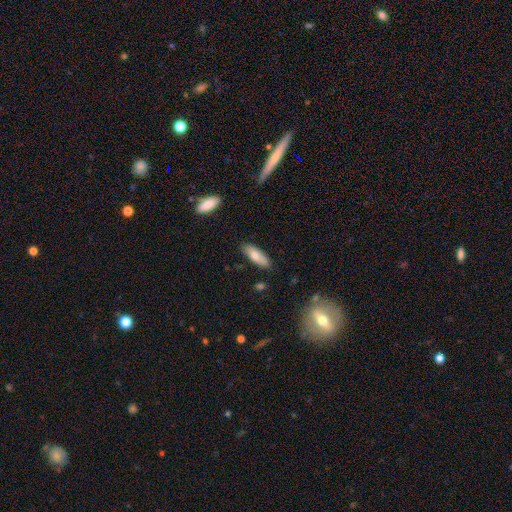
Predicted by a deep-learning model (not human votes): Morphology: type=smooth (78%); roundness=in between (60%); merging=none (84%).